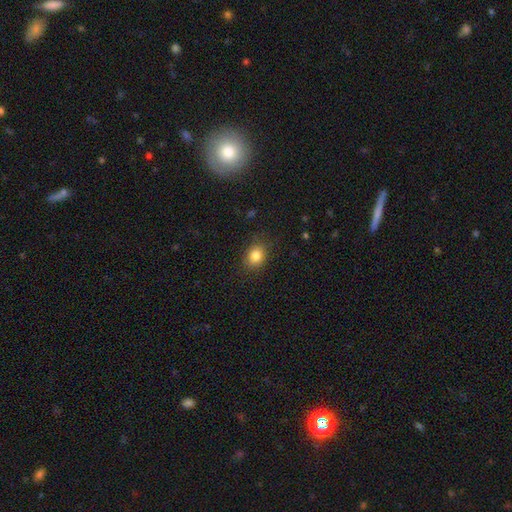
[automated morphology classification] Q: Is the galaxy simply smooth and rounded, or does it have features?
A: smooth — 84%.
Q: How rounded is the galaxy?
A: in between — 53%.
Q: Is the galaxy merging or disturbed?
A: none — 83%.